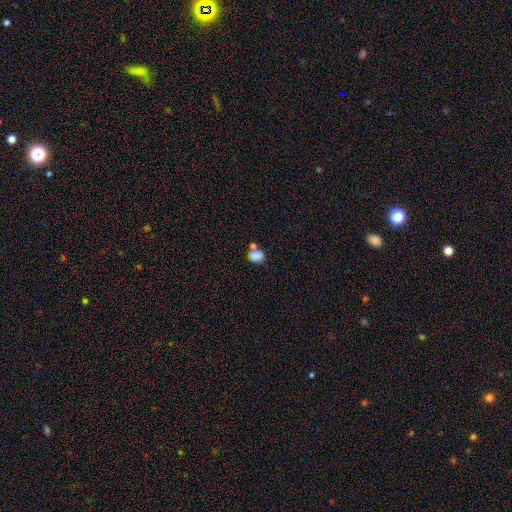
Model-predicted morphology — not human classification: A smooth galaxy with no disk features (82%) that is round (50%). Merging: none (48%).